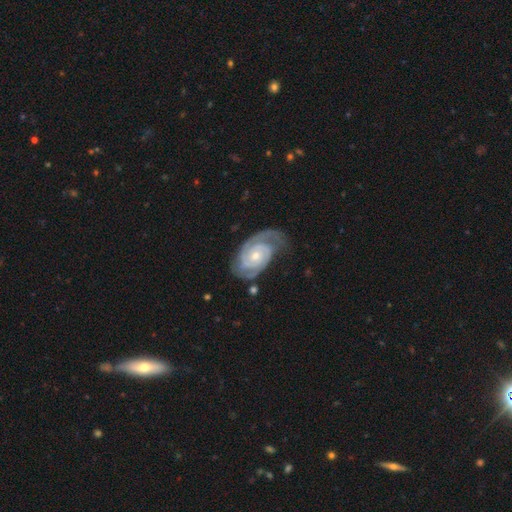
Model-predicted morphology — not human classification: Smooth or featured?
  - featured or disk: 91% *
  - smooth: 5%
  - star or artifact: 4%
Edge-on disk?
  - no: 97% *
  - yes: 3%
Bar?
  - no: 68% *
  - weak: 26%
  - strong: 6%
Spiral arms?
  - yes: 98% *
  - no: 2%
Spiral winding?
  - tight: 71% *
  - medium: 25%
  - loose: 4%
Spiral arm count?
  - 2: 70% *
  - 3: 14%
  - can't tell: 8%
  - 1: 3%
  - 4: 3%
  - more than 4: 2%
Bulge size?
  - small: 52% *
  - moderate: 45%
  - large: 2%
  - none: 1%
  - dominant: 1%
Merging?
  - none: 66% *
  - minor disturbance: 22%
  - major disturbance: 10%
  - merger: 2%